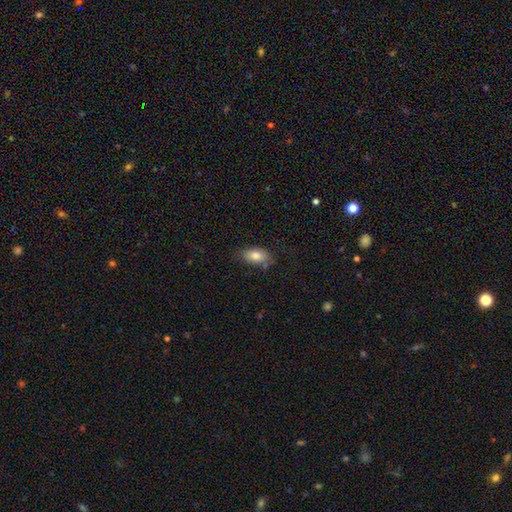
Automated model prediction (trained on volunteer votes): Smooth or featured? Predicted: smooth (p=0.79). How rounded? Predicted: in between (p=0.91). Merging? Predicted: none (p=0.72).